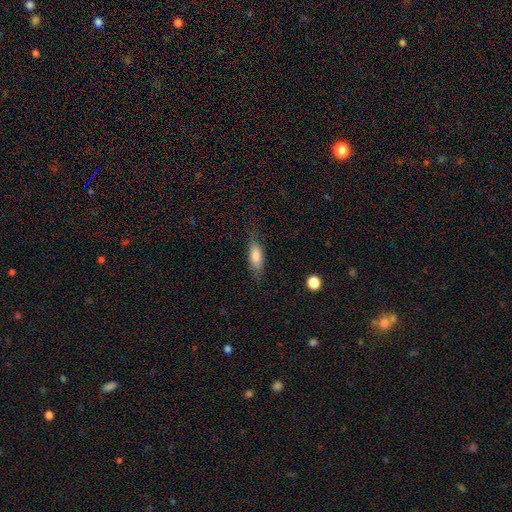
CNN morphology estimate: Q: Smooth or featured?
A: smooth (79%); runner-up: featured or disk (14%)
Q: How rounded?
A: in between (67%); runner-up: cigar-shaped (30%)
Q: Merging?
A: none (74%); runner-up: minor disturbance (19%)